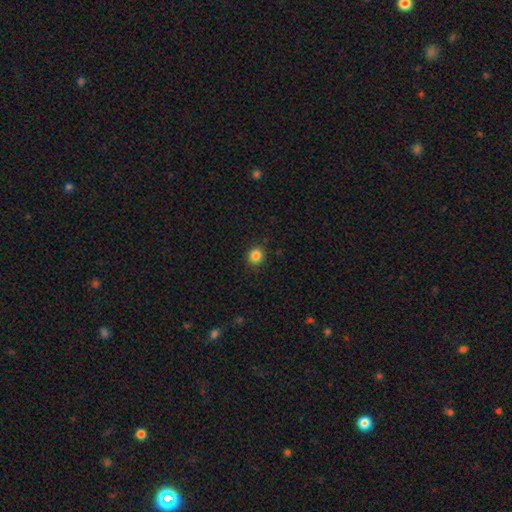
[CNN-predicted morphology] Smooth or featured? smooth (85%)
How rounded? round (88%)
Merging? none (91%)